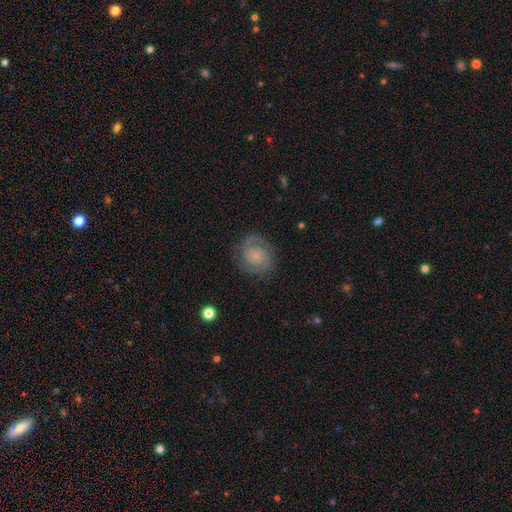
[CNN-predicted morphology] The model was most divided on "spiral winding": tight: 54%, medium: 36%, loose: 10%. More confident: edge-on disk — no (98%); spiral arms — yes (93%); merging — none (79%); spiral arm count — 2 (74%); bar — no (74%); smooth or featured — featured or disk (68%); bulge size — small (58%).